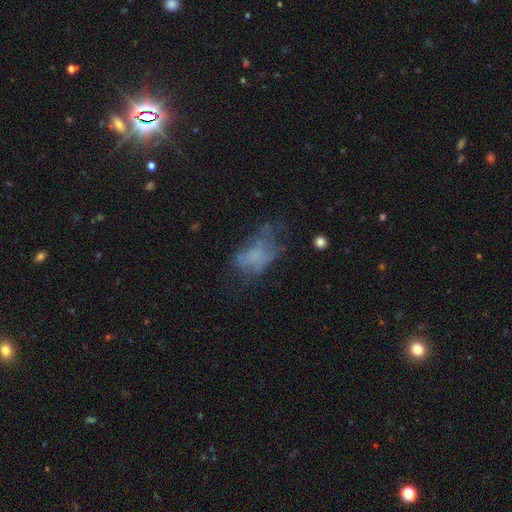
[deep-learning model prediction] Q: Smooth or featured?
A: smooth (44%); runner-up: featured or disk (38%)
Q: Merging?
A: major disturbance (38%); runner-up: none (33%)